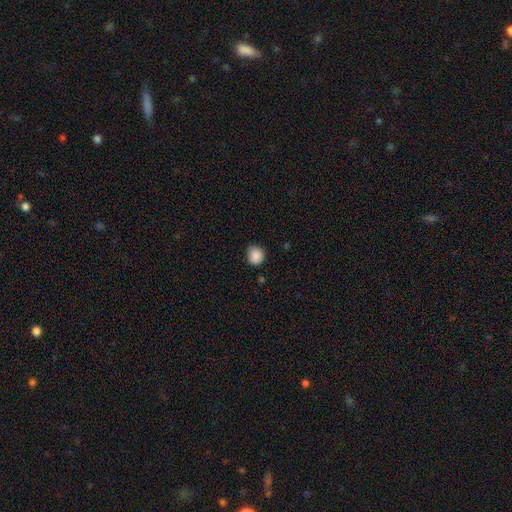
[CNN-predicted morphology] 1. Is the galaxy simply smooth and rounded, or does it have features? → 88% smooth, 9% star or artifact, 3% featured or disk.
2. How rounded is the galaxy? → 78% round, 21% in between, 1% cigar-shaped.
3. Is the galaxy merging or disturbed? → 80% none, 16% minor disturbance, 3% major disturbance, 1% merger.